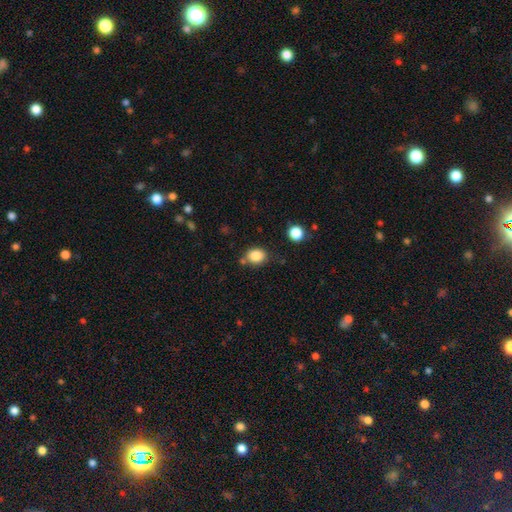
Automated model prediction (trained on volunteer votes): A smooth galaxy with no disk features (85%) that is round (50%).

Vote fractions:
- Smooth or featured? smooth: 85% / star or artifact: 10% / featured or disk: 5%
- How rounded? round: 50% / in between: 49% / cigar-shaped: 1%
- Merging? none: 72% / minor disturbance: 15% / merger: 9% / major disturbance: 4%